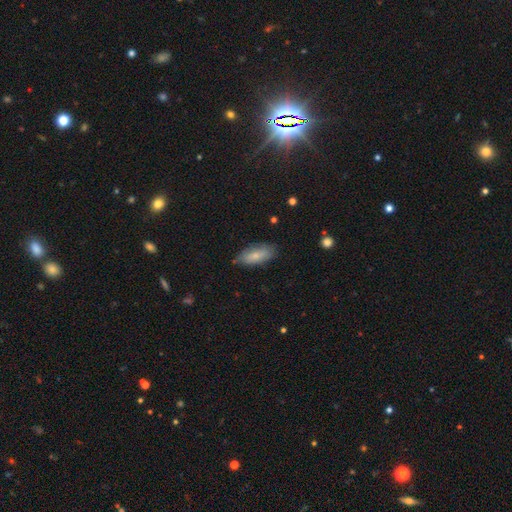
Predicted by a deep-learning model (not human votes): smooth 77%, featured or disk 17%, star or artifact 6%. Down the decision tree: how rounded — in between (81%); merging — none (76%).